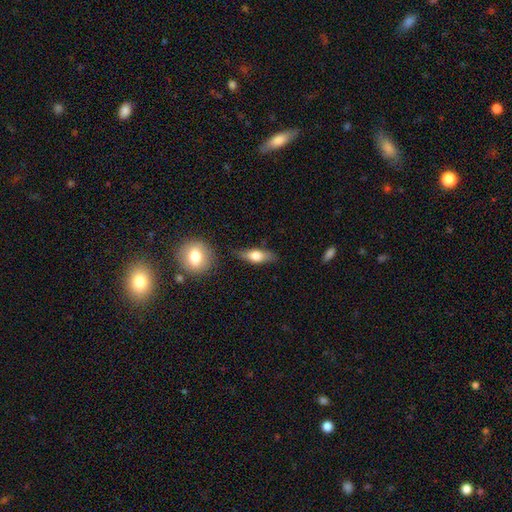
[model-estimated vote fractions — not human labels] smooth 59%, featured or disk 34%, star or artifact 7%. Down the decision tree: how rounded — in between (62%); merging — none (78%).